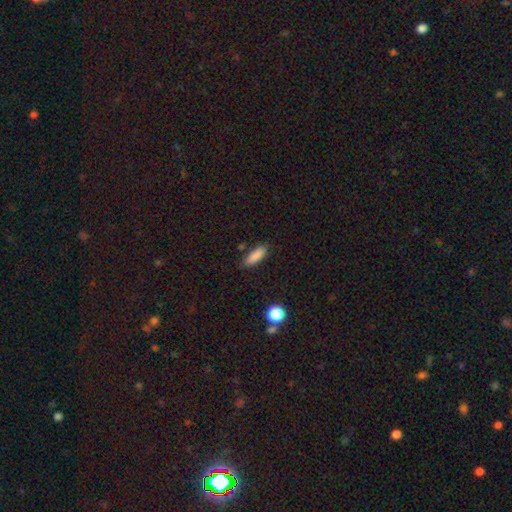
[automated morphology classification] Smooth or featured: smooth — 85% (star or artifact — 8%)
How rounded: in between — 51% (cigar-shaped — 46%)
Merging: none — 82% (minor disturbance — 13%)